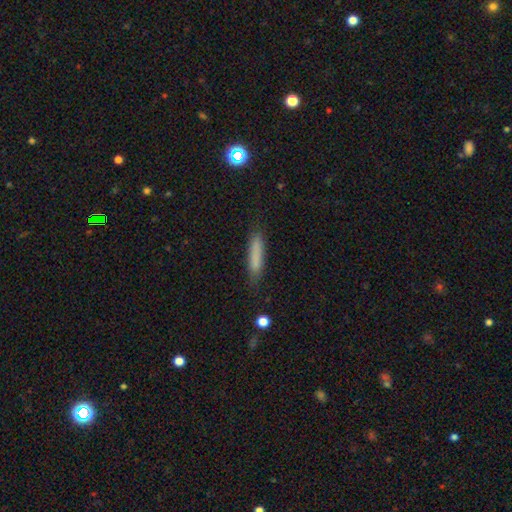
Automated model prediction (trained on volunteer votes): Smooth or featured: smooth — 81% (featured or disk — 11%)
How rounded: cigar-shaped — 85% (in between — 13%)
Merging: none — 82% (minor disturbance — 14%)